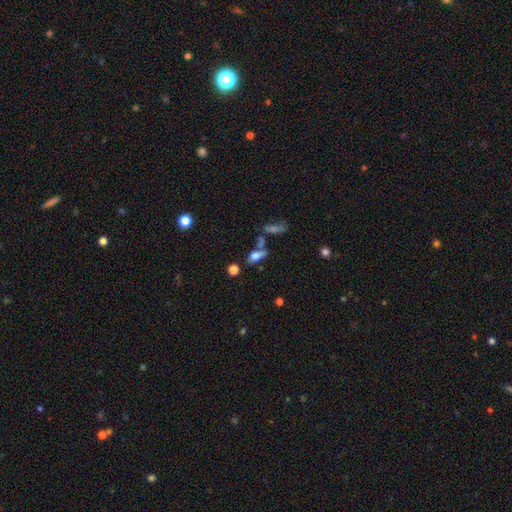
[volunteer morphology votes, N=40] Smooth or featured?
  - smooth: 82% *
  - star or artifact: 12%
  - featured or disk: 5%
How rounded?
  - in between: 88% *
  - round: 6%
  - cigar-shaped: 6%
Merging?
  - none: 26% * (tied)
  - minor disturbance: 26% * (tied)
  - merger: 26% * (tied)
  - major disturbance: 23%